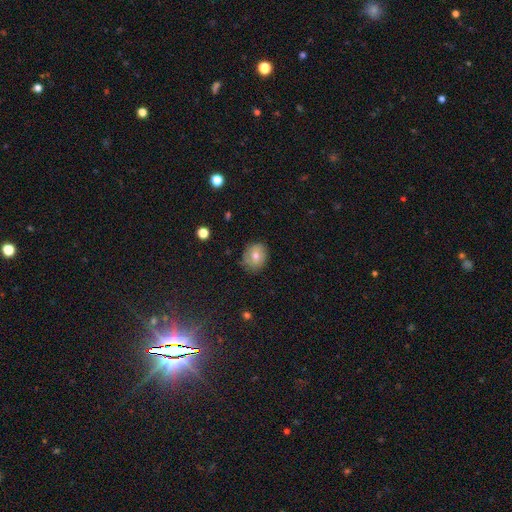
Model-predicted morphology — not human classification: This appears to be a smooth galaxy with no disk features (63%) that is round (69%). Merging: none (76%).